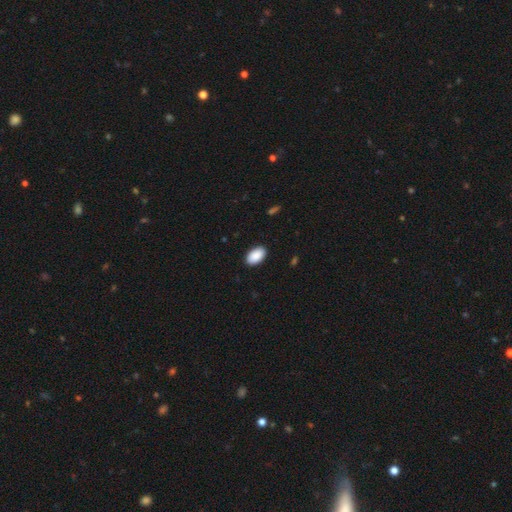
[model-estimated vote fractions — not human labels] smooth-or-featured: smooth: 91% | star or artifact: 6% | featured or disk: 3%
  how-rounded: in between: 95% | round: 4% | cigar-shaped: 1%
  merging: none: 90% | minor disturbance: 8% | major disturbance: 2% | merger: 1%